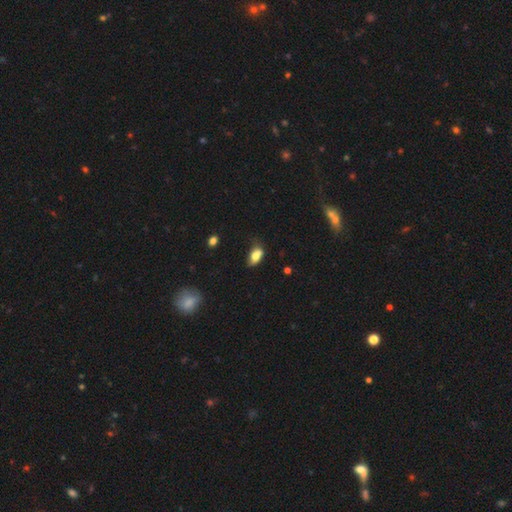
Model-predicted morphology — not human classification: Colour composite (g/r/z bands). It shows a smooth galaxy with no disk features (76%) that is in between round and cigar-shaped (86%). Merging: none (37%).